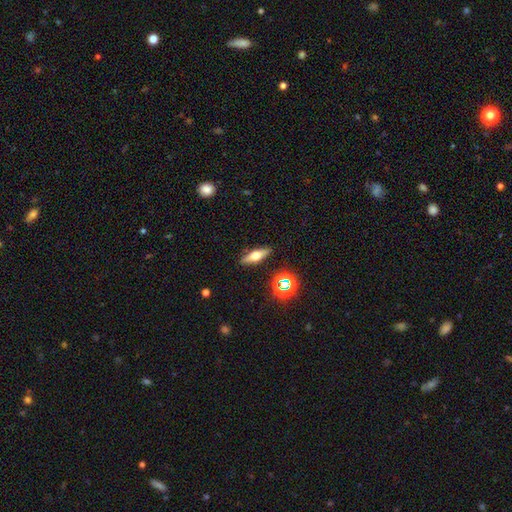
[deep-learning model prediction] A featured or disk galaxy (45%). Merging: none (88%).